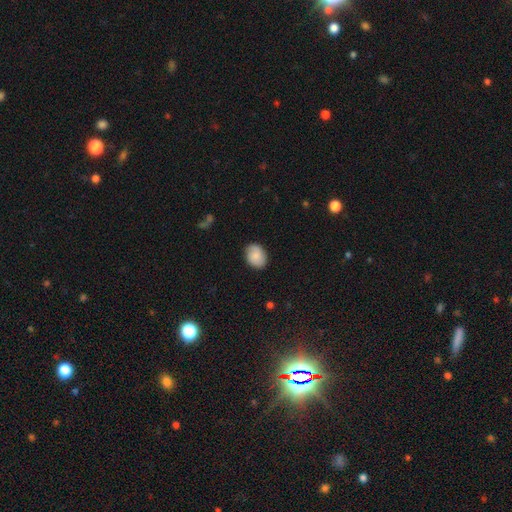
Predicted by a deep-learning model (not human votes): Smooth or featured?
  - smooth: 80% *
  - featured or disk: 13%
  - star or artifact: 7%
How rounded?
  - in between: 62% *
  - round: 37%
  - cigar-shaped: 1%
Merging?
  - none: 84% *
  - minor disturbance: 13%
  - major disturbance: 3%
  - merger: 1%